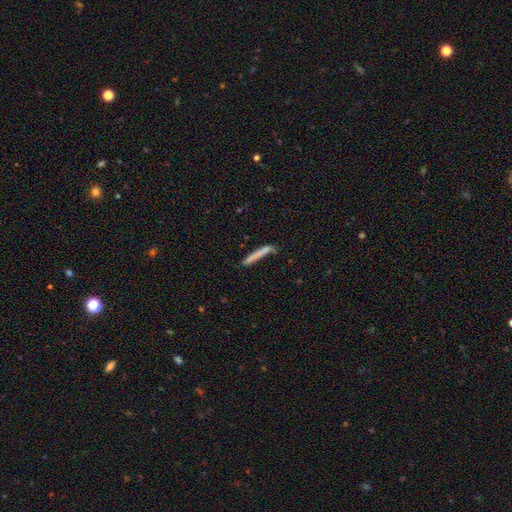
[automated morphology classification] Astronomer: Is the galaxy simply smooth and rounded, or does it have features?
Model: smooth — 73%.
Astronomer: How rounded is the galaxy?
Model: cigar-shaped — 96%.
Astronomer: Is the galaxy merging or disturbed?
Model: none — 78%.